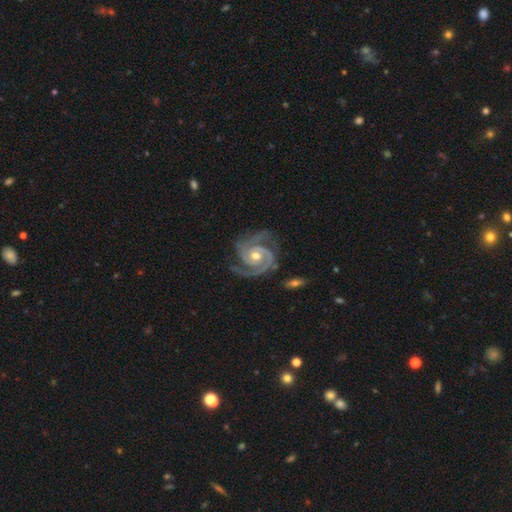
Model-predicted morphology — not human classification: Overall: featured or disk (94%). Edge-on disk: no (98%). Bar: no (64%; weak 26%). Spiral arms: yes (99%). Spiral arm count: 2 (57%; 3 31%). Spiral winding: tight (60%; medium 36%). Bulge size: moderate (73%). Merging: none (75%).